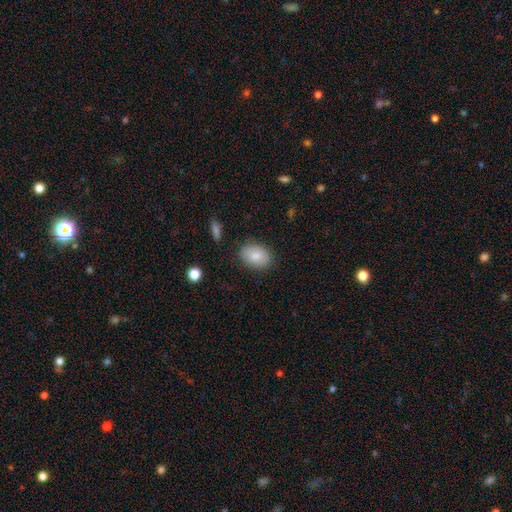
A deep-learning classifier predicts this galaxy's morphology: Overall: smooth (84%). How rounded: in between (74%). Merging: none (83%).